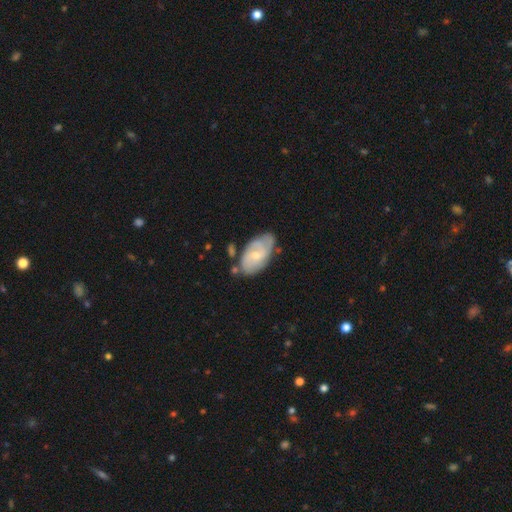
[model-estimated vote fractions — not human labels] A featured or disk galaxy (59%) with no bar (58%), spiral arms (80%) and a small central bulge (61%).

Vote fractions:
- Smooth or featured? featured or disk: 59% / smooth: 36% / star or artifact: 6%
- Edge-on disk? no: 95% / yes: 5%
- Bar? no: 58% / weak: 36% / strong: 6%
- Spiral arms? yes: 80% / no: 20%
- Bulge size? small: 61% / moderate: 34% / none: 2% / large: 1% / dominant: 1%
- Merging? none: 58% / minor disturbance: 27% / major disturbance: 8% / merger: 8%